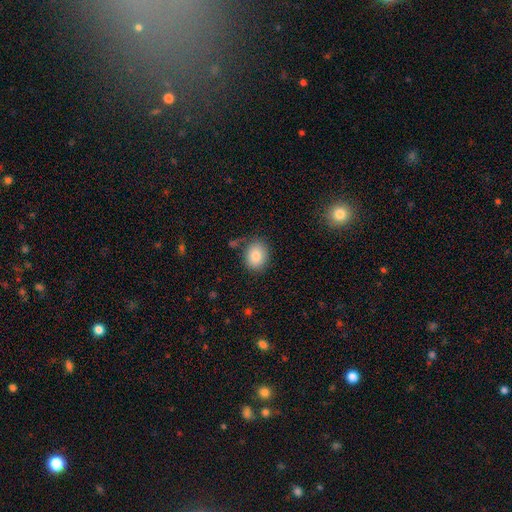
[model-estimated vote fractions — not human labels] This is clearly a smooth galaxy (84%). How rounded: possibly round (53%). Merging: likely none (76%).